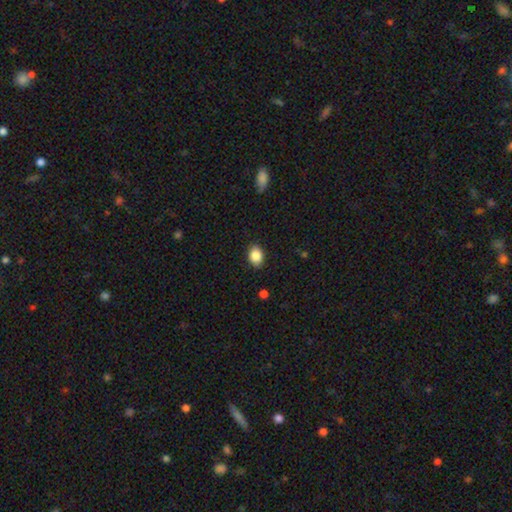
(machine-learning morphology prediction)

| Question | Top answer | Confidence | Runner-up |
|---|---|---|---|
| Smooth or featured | smooth | 86% | star or artifact (8%) |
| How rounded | in between | 71% | round (28%) |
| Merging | none | 87% | minor disturbance (9%) |